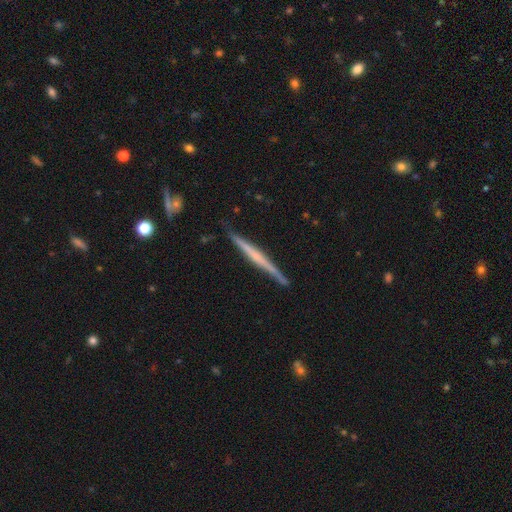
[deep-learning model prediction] Morphology: type=featured or disk (68%); edge-on=yes (98%); edge-on bulge=none (60%); merging=none (87%).